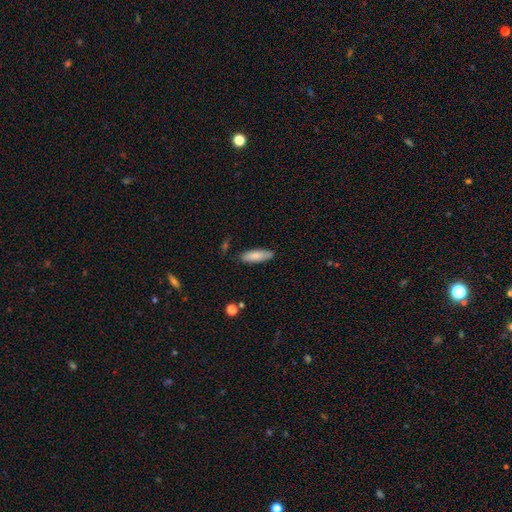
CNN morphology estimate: smooth 82%, featured or disk 12%, star or artifact 6%. Down the decision tree: how rounded — in between (53%); merging — none (81%).